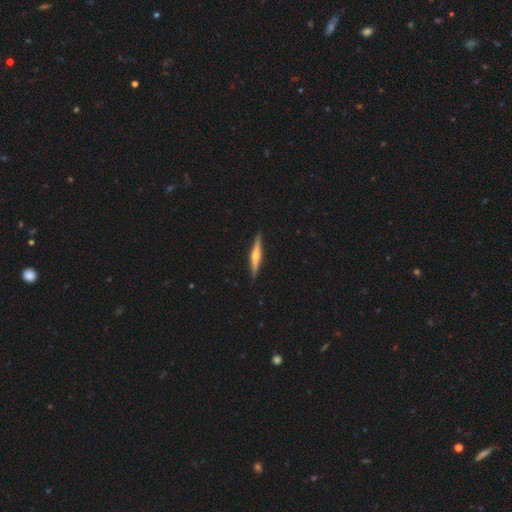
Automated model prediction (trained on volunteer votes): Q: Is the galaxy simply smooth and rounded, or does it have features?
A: featured or disk — 71%.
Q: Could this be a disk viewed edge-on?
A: yes — 98%.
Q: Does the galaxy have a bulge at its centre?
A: rounded — 90%.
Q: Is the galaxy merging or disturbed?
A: none — 91%.